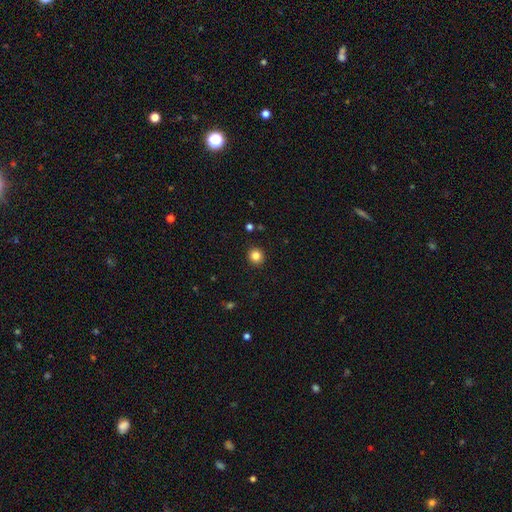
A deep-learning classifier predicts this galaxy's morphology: Overall: smooth (83%). How rounded: round (91%). Merging: none (92%).